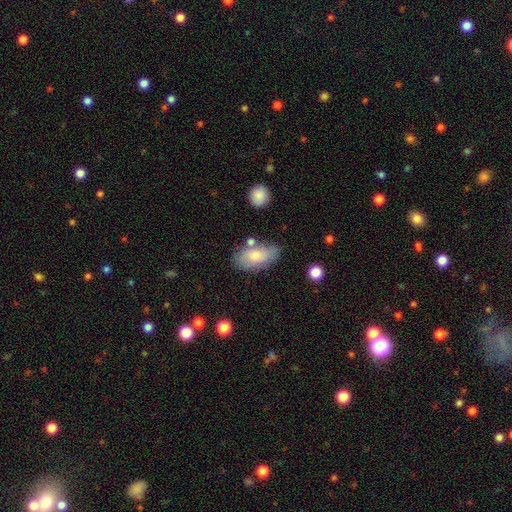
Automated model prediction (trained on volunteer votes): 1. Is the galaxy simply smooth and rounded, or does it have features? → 75% smooth, 19% featured or disk, 6% star or artifact.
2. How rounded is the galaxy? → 92% in between, 4% round, 4% cigar-shaped.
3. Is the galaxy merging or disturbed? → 67% none, 20% minor disturbance, 9% merger, 5% major disturbance.